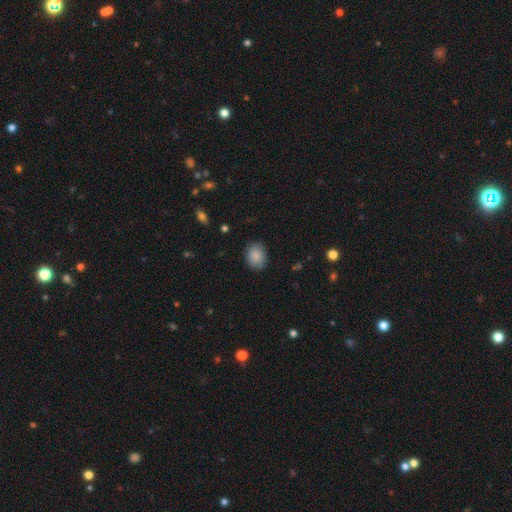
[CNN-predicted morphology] smooth_or_featured: smooth (p=0.86) [alt: star or artifact p=0.08]
how_rounded: round (p=0.52) [alt: in between p=0.47]
merging: none (p=0.84) [alt: minor disturbance p=0.12]